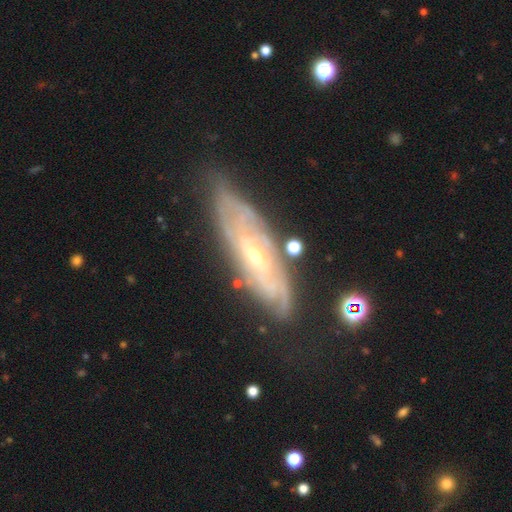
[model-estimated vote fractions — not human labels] Overall: featured or disk (83%). Edge-on disk: no (80%). Bar: no (53%; weak 35%). Spiral arms: yes (92%). Spiral arm count: can't tell (53%; 2 18%). Spiral winding: tight (72%). Bulge size: small (63%; moderate 34%). Merging: none (73%).